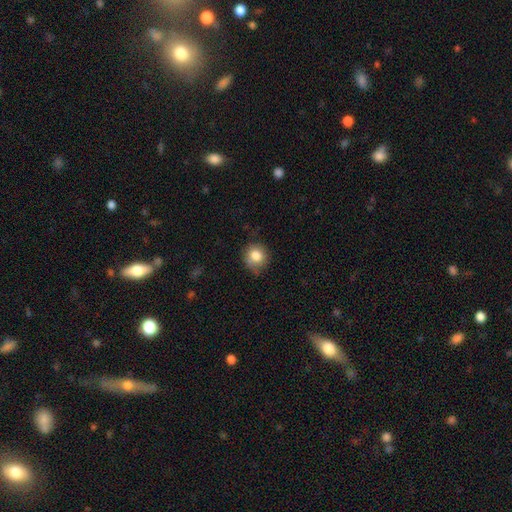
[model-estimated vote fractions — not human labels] Smooth or featured? smooth (82%)
How rounded? round (82%)
Merging? none (71%)